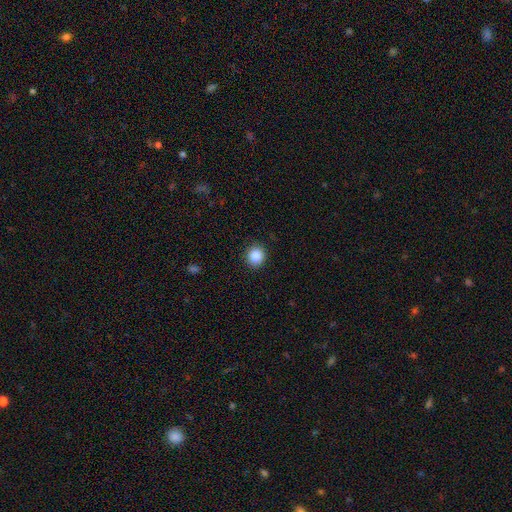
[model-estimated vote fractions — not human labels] Smooth or featured? smooth (88%)
How rounded? round (89%)
Merging? none (91%)